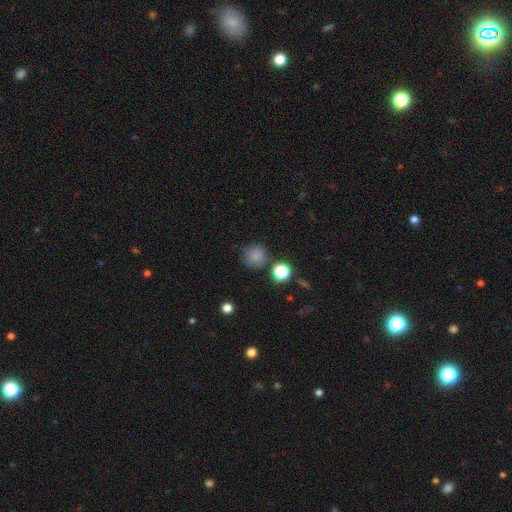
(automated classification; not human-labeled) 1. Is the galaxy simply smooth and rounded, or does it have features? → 81% smooth, 14% star or artifact, 5% featured or disk.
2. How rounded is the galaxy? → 92% round, 7% in between, 1% cigar-shaped.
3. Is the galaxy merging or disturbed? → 79% none, 12% minor disturbance, 6% merger, 4% major disturbance.